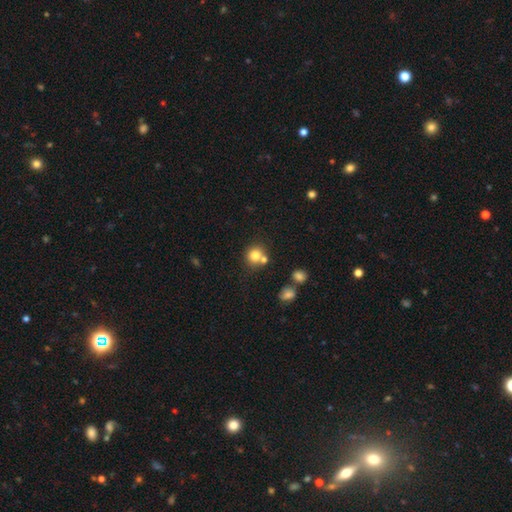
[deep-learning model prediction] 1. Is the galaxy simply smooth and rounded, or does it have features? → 78% smooth, 12% star or artifact, 10% featured or disk.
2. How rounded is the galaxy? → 86% round, 13% in between, 1% cigar-shaped.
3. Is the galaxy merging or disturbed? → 57% none, 30% merger, 9% minor disturbance, 3% major disturbance.